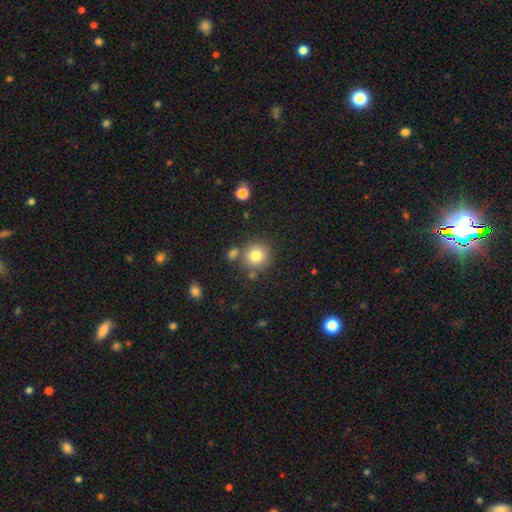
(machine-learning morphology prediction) The model was most divided on "merging": none: 74%, merger: 13%, minor disturbance: 10%, major disturbance: 4%. More confident: how rounded — round (90%); smooth or featured — smooth (80%).